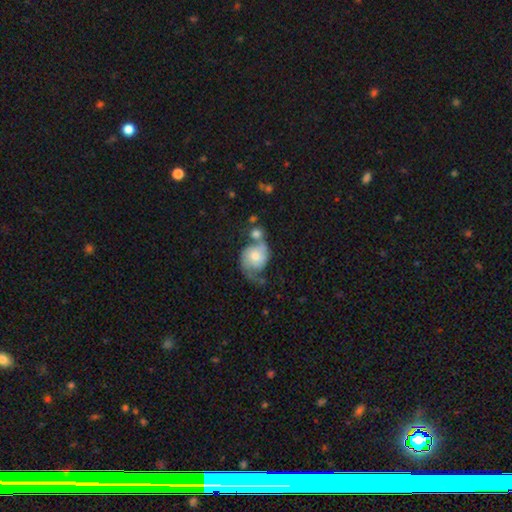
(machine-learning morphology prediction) Smooth or featured?
  - featured or disk: 56% *
  - smooth: 36%
  - star or artifact: 7%
Edge-on disk?
  - no: 97% *
  - yes: 3%
Bar?
  - no: 78% *
  - weak: 18%
  - strong: 3%
Spiral arms?
  - yes: 79% *
  - no: 21%
Bulge size?
  - moderate: 58% *
  - small: 33%
  - large: 5%
  - none: 2%
  - dominant: 2%
Merging?
  - merger: 30% * (tied)
  - none: 30% * (tied)
  - major disturbance: 20%
  - minor disturbance: 20%